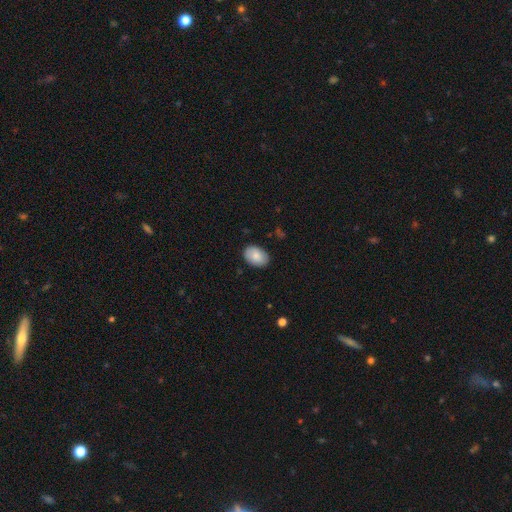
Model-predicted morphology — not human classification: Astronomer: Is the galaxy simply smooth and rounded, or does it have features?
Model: smooth — 85%.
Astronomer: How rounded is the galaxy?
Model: in between — 85%.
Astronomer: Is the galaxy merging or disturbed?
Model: none — 87%.